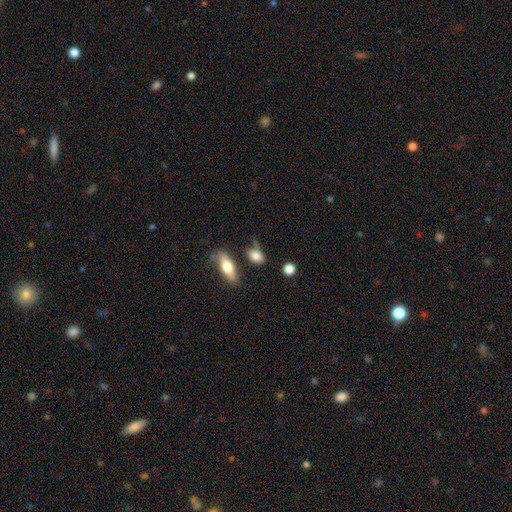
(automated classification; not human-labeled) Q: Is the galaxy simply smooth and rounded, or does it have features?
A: smooth — 79%.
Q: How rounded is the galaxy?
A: in between — 76%.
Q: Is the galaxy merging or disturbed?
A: none — 52%.